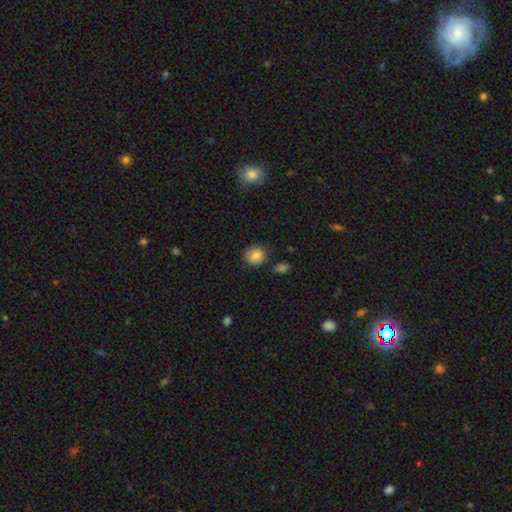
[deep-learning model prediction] A smooth galaxy with no disk features (84%) that is round (85%).

Vote fractions:
- Smooth or featured? smooth: 84% / star or artifact: 9% / featured or disk: 7%
- How rounded? round: 85% / in between: 14% / cigar-shaped: 1%
- Merging? none: 82% / minor disturbance: 12% / merger: 3% / major disturbance: 3%